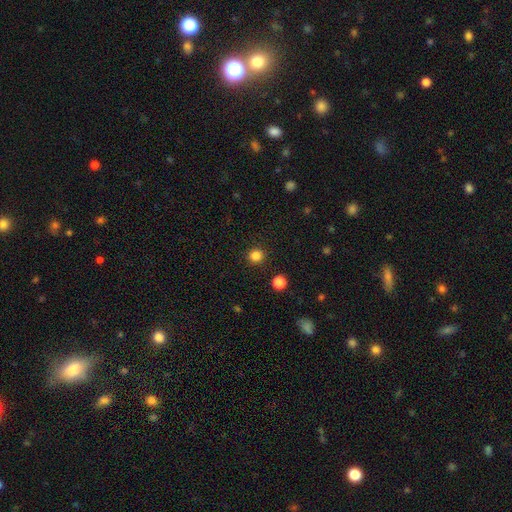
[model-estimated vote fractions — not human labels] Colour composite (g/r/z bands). It shows a smooth galaxy with no disk features (84%) that is round (91%). Merging: none (91%).